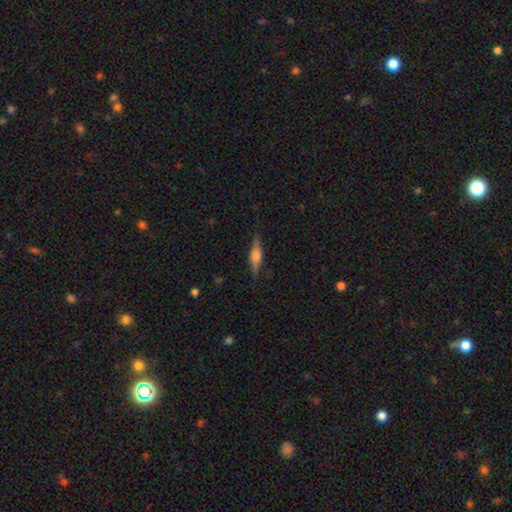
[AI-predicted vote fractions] Q: Smooth or featured?
A: featured or disk (61%); runner-up: smooth (32%)
Q: Edge-on disk?
A: yes (96%); runner-up: no (4%)
Q: Edge-on bulge?
A: rounded (79%); runner-up: boxy (18%)
Q: Merging?
A: none (84%); runner-up: minor disturbance (12%)